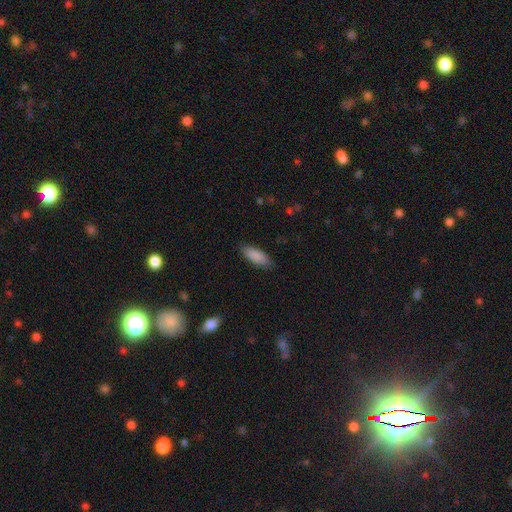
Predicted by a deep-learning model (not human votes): Overall: smooth (88%). How rounded: in between (76%). Merging: none (85%).